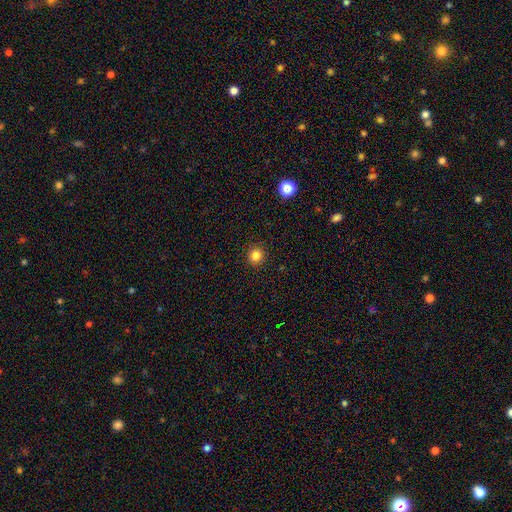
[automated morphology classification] Overall: smooth (83%). How rounded: round (92%). Merging: none (93%).